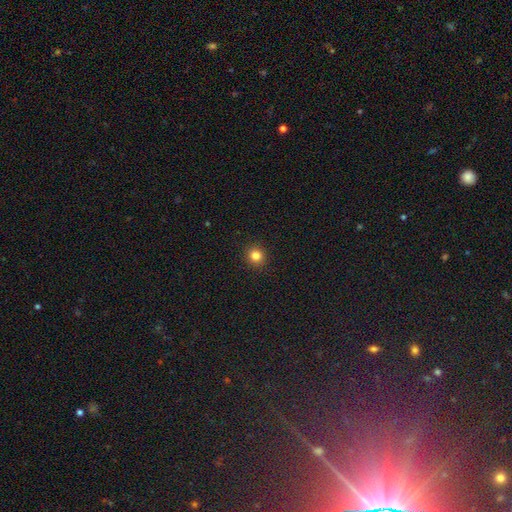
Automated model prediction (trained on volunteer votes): Smooth or featured? smooth (82%)
How rounded? round (93%)
Merging? none (93%)